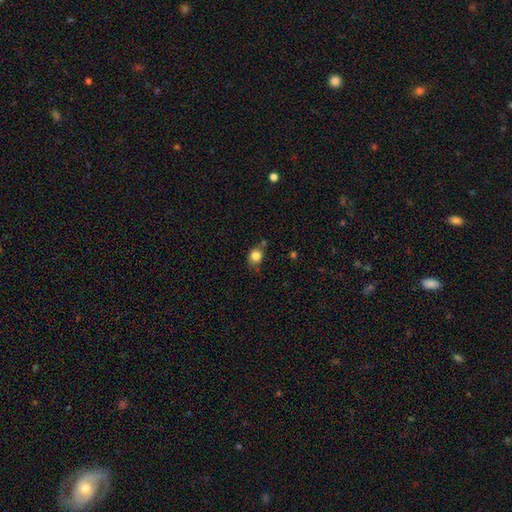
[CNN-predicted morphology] type=smooth (82%); roundness=round (68%); merging=none (60%).